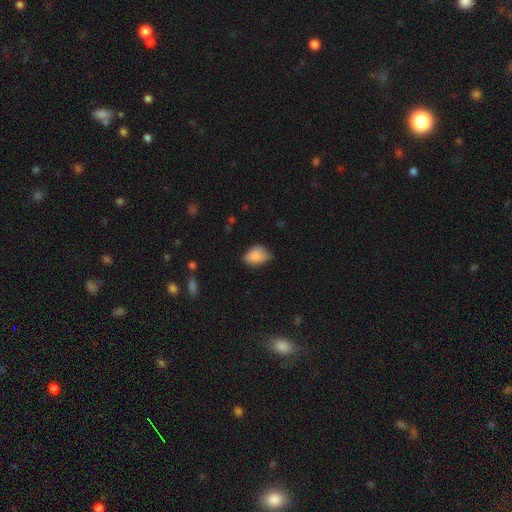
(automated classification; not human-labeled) This is clearly a smooth galaxy (85%). How rounded: likely in between (77%). Merging: possibly none (52%).